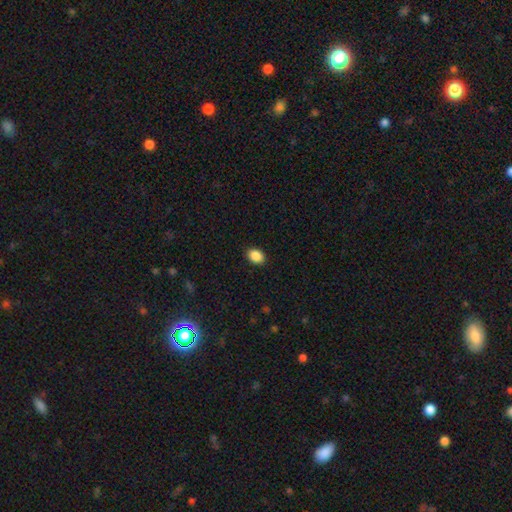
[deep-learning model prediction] Morphology: type=smooth (89%); roundness=in between (71%); merging=none (90%).